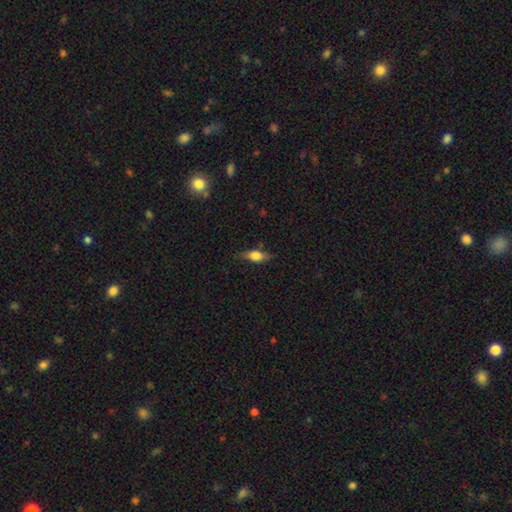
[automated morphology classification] This appears to be a smooth galaxy with no disk features (64%) that is in between round and cigar-shaped (71%). Merging: none (73%).